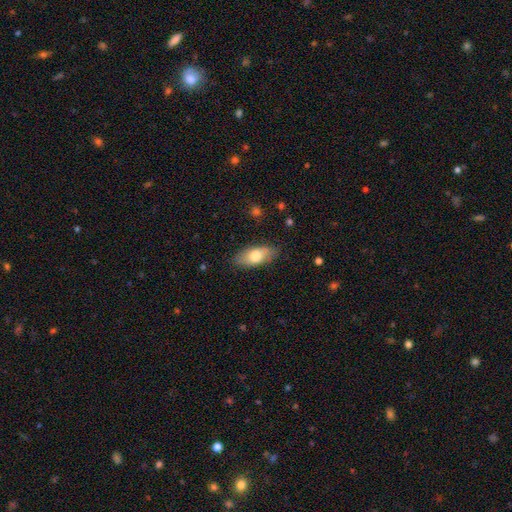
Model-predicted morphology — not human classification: Smooth or featured?
  - smooth: 73% *
  - featured or disk: 21%
  - star or artifact: 6%
How rounded?
  - in between: 84% *
  - cigar-shaped: 13%
  - round: 3%
Merging?
  - none: 84% *
  - minor disturbance: 12%
  - major disturbance: 3%
  - merger: 1%